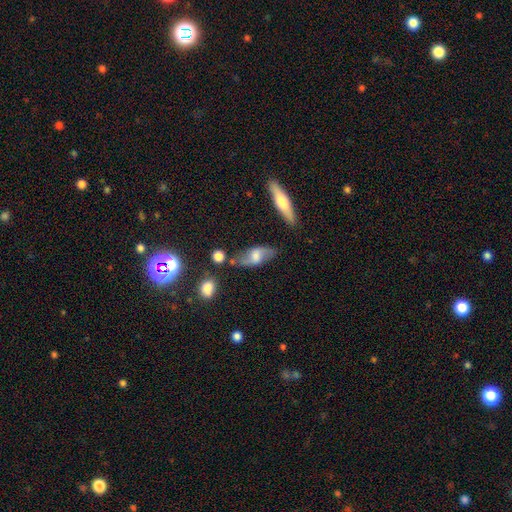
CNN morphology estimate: A featured or disk galaxy (51%).

Vote fractions:
- Smooth or featured? featured or disk: 51% / smooth: 41% / star or artifact: 8%
- Edge-on disk? no: 74% / yes: 26%
- Merging? none: 69% / minor disturbance: 19% / major disturbance: 6% / merger: 6%